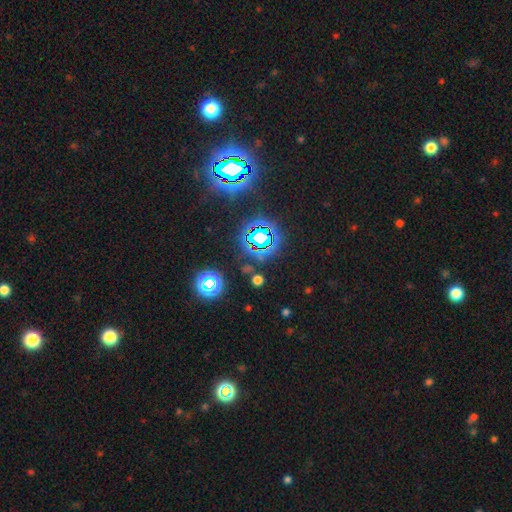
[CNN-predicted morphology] star or artifact 80%, smooth 13%, featured or disk 7%.